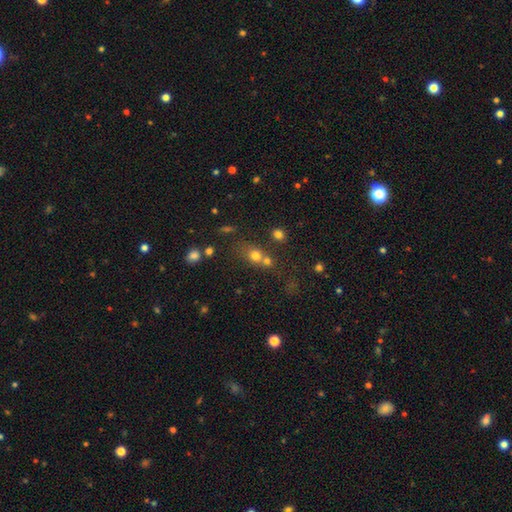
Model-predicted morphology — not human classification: This appears to be a smooth galaxy with no disk features (70%) that is round (66%). Merging: merger (46%).